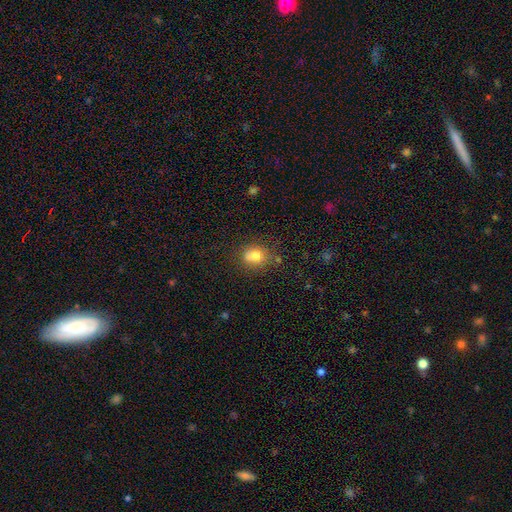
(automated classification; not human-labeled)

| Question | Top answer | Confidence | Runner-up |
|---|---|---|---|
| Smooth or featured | smooth | 75% | featured or disk (13%) |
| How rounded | round | 71% | in between (28%) |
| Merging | none | 56% | merger (20%) |